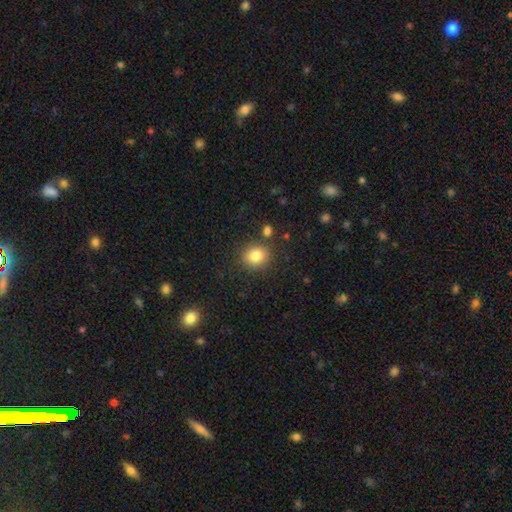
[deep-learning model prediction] The model was most divided on "how rounded": round: 81%, in between: 18%, cigar-shaped: 1%. More confident: smooth or featured — smooth (84%); merging — none (83%).